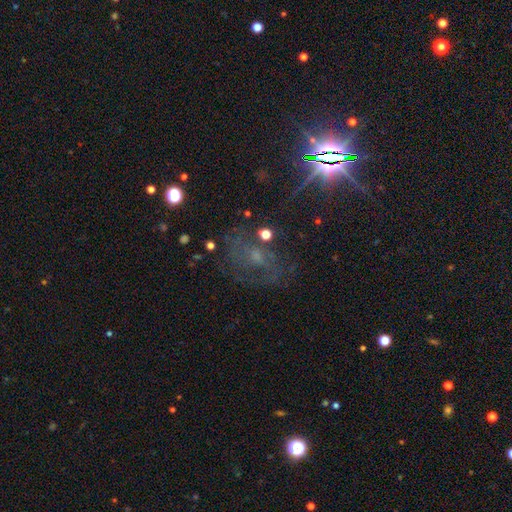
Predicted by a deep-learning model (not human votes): Smooth or featured?
  - featured or disk: 44% *
  - star or artifact: 38%
  - smooth: 18%
Merging?
  - none: 59% *
  - major disturbance: 19%
  - minor disturbance: 18%
  - merger: 4%